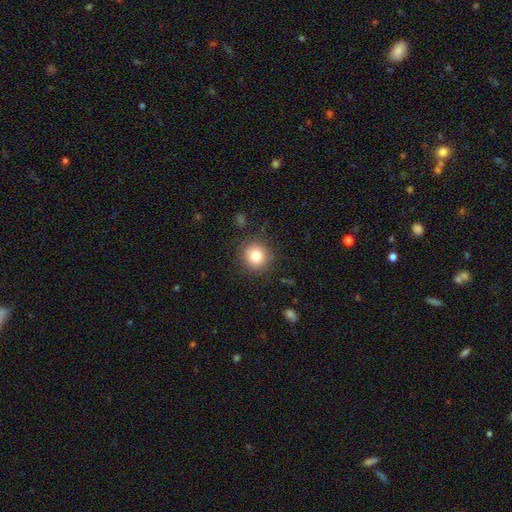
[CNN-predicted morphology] type=smooth (82%); roundness=round (91%); merging=none (88%).